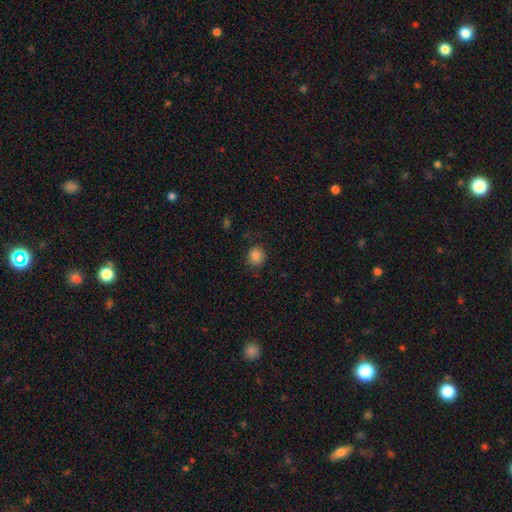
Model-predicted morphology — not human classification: Q: Smooth or featured?
A: smooth (84%); runner-up: star or artifact (11%)
Q: How rounded?
A: round (86%); runner-up: in between (13%)
Q: Merging?
A: none (84%); runner-up: minor disturbance (11%)